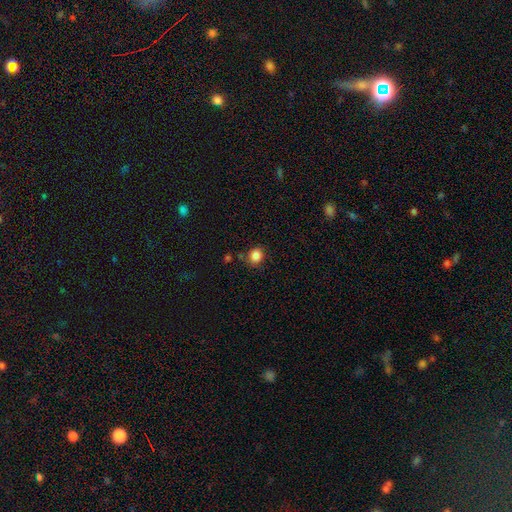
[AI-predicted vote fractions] A smooth galaxy with no disk features (86%) that is round (74%).

Vote fractions:
- Smooth or featured? smooth: 86% / star or artifact: 11% / featured or disk: 4%
- How rounded? round: 74% / in between: 25% / cigar-shaped: 1%
- Merging? none: 79% / minor disturbance: 13% / merger: 4% / major disturbance: 4%